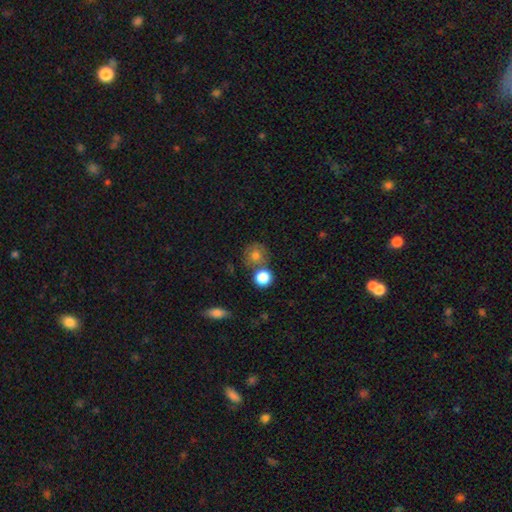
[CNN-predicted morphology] Smooth or featured?
  - smooth: 76% *
  - star or artifact: 13%
  - featured or disk: 11%
How rounded?
  - round: 86% *
  - in between: 12%
  - cigar-shaped: 1%
Merging?
  - none: 62% *
  - merger: 22%
  - minor disturbance: 12%
  - major disturbance: 5%